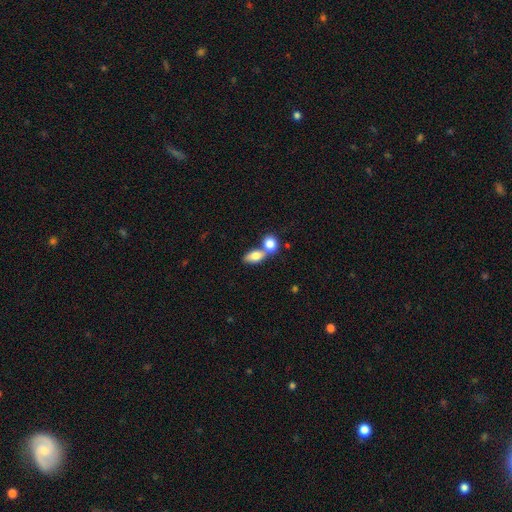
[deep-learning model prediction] Smooth or featured? smooth (80%)
How rounded? in between (81%)
Merging? merger (62%)